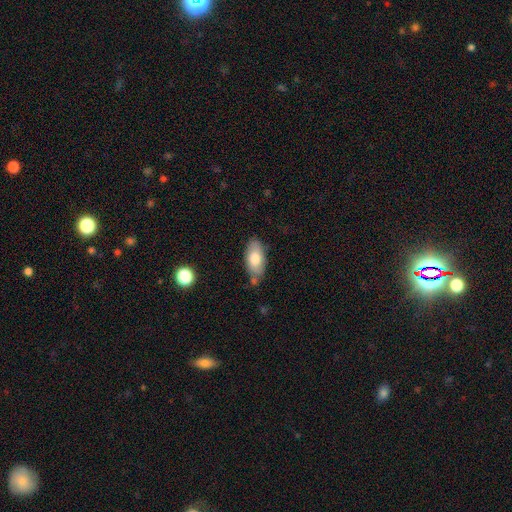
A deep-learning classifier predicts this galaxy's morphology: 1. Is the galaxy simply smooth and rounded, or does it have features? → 73% smooth, 20% featured or disk, 7% star or artifact.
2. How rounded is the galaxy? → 90% in between, 7% cigar-shaped, 3% round.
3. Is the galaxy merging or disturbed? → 75% none, 17% minor disturbance, 4% merger, 3% major disturbance.